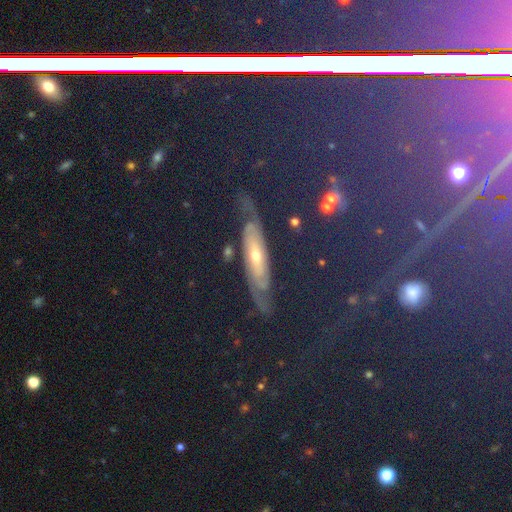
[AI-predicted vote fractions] Overall: featured or disk (39%; star or artifact 37%). Merging: none (79%).